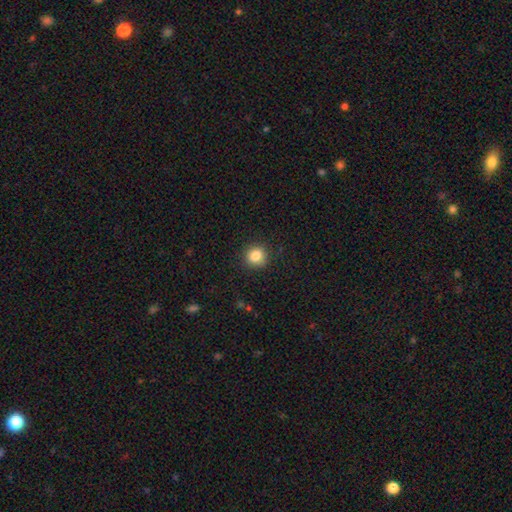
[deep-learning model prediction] A smooth galaxy with no disk features (85%) that is round (88%). Merging: none (89%).